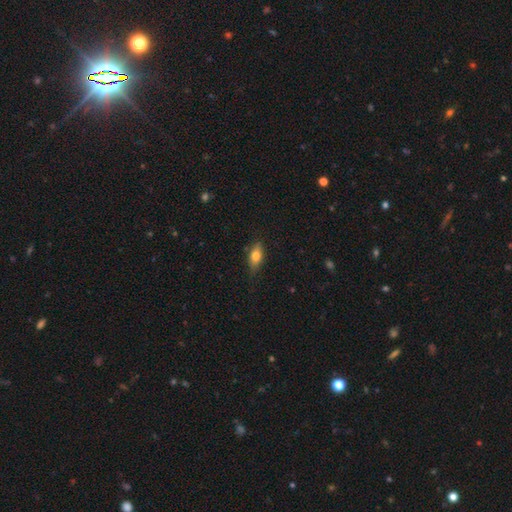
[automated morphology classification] smooth 73%, featured or disk 20%, star or artifact 7%. Down the decision tree: how rounded — in between (81%); merging — none (76%).